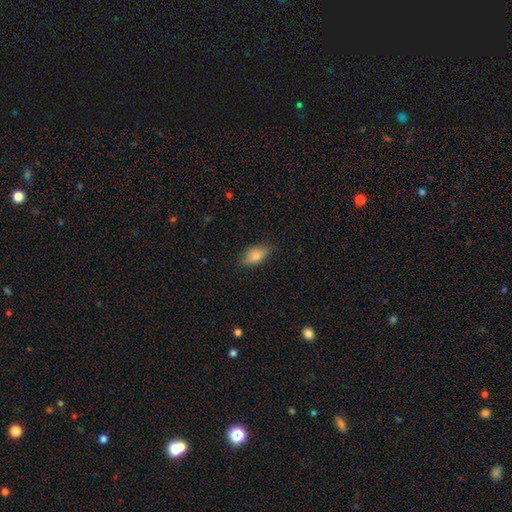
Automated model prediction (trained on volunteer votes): Smooth or featured? Predicted: smooth (p=0.77). How rounded? Predicted: in between (p=0.87). Merging? Predicted: none (p=0.81).